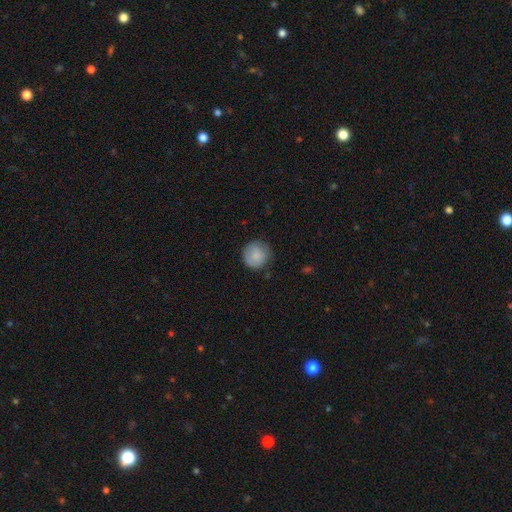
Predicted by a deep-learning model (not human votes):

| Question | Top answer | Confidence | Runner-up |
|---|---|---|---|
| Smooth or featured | smooth | 81% | featured or disk (12%) |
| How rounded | round | 93% | in between (6%) |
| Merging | none | 79% | minor disturbance (16%) |